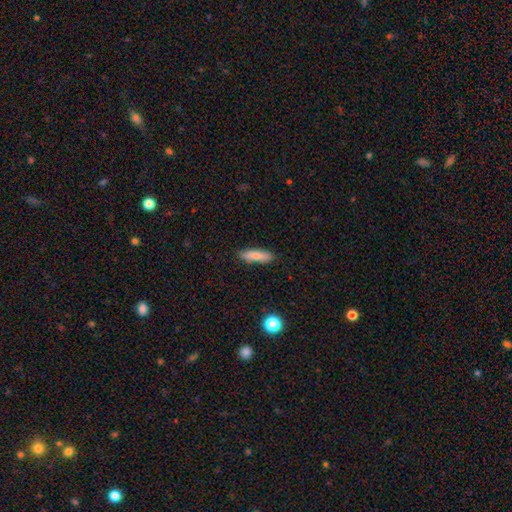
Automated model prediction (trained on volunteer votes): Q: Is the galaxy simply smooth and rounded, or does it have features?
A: smooth — 79%.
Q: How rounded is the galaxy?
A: cigar-shaped — 59%.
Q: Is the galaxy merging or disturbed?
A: none — 86%.